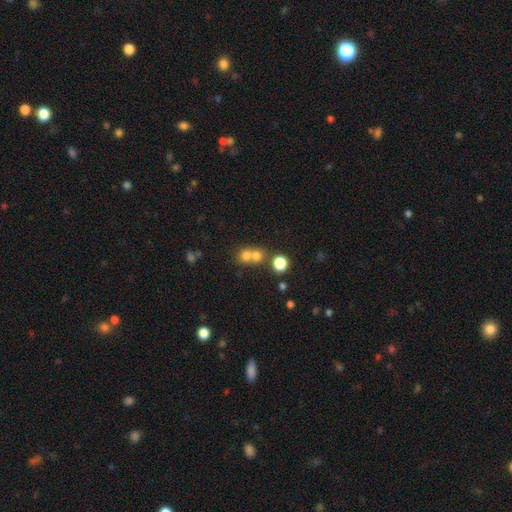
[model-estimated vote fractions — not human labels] Overall: smooth (71%). How rounded: round (80%). Merging: merger (55%; none 37%).